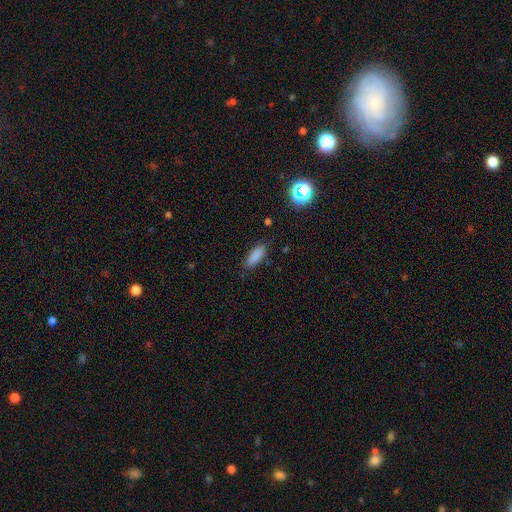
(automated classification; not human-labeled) smooth 86%, star or artifact 9%, featured or disk 6%. Down the decision tree: how rounded — in between (62%); merging — none (84%).